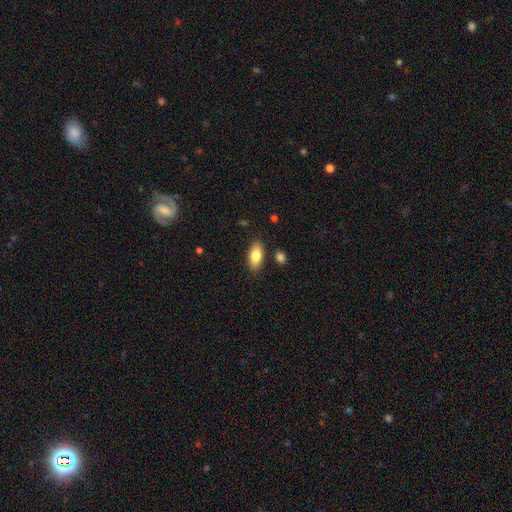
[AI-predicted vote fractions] This is clearly a smooth galaxy (83%). How rounded: clearly in between (88%). Merging: clearly none (85%).